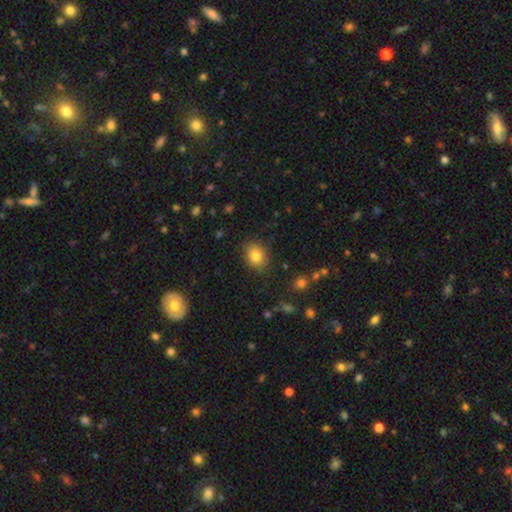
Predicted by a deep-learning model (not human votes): Overall: smooth (81%). How rounded: in between (50%; round 49%). Merging: none (84%).